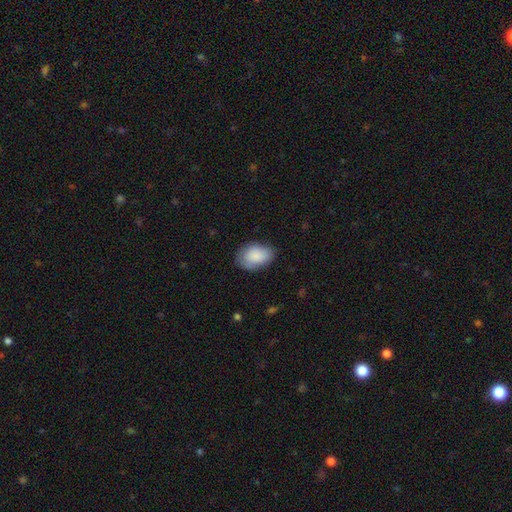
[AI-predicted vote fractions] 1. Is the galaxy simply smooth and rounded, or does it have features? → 86% smooth, 8% featured or disk, 6% star or artifact.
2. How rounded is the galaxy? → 86% in between, 13% round, 1% cigar-shaped.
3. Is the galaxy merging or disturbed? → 71% none, 22% minor disturbance, 5% major disturbance, 1% merger.